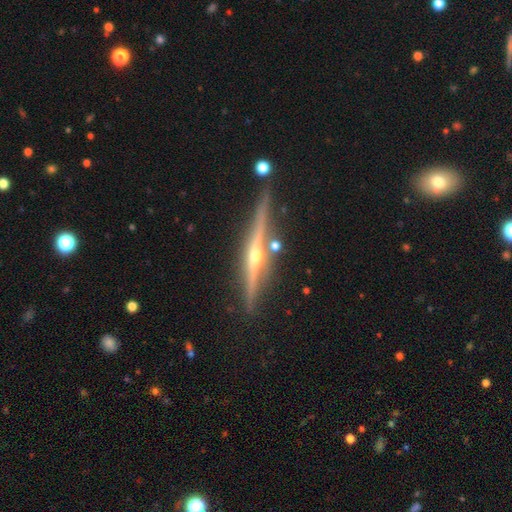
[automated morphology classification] Smooth or featured?
  - featured or disk: 86% *
  - smooth: 8%
  - star or artifact: 6%
Edge-on disk?
  - yes: 98% *
  - no: 2%
Edge-on bulge?
  - rounded: 87% *
  - none: 9%
  - boxy: 4%
Merging?
  - none: 85% *
  - minor disturbance: 9%
  - merger: 4%
  - major disturbance: 2%